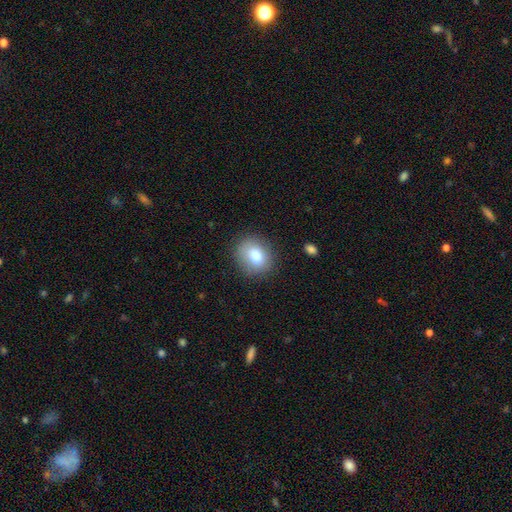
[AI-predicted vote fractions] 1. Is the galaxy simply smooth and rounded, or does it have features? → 81% smooth, 10% featured or disk, 9% star or artifact.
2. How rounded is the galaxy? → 55% round, 44% in between, 1% cigar-shaped.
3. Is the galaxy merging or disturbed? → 81% none, 13% minor disturbance, 4% major disturbance, 2% merger.